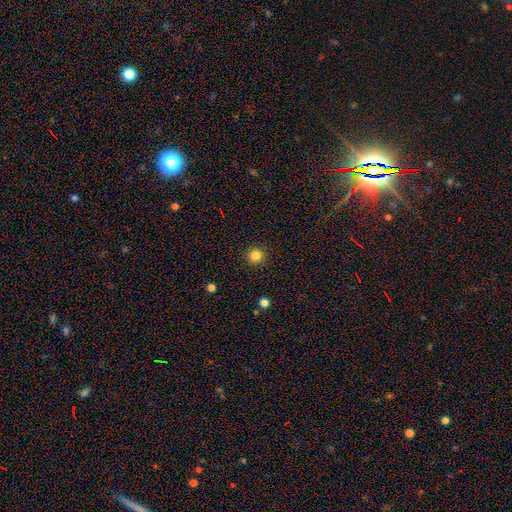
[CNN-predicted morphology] This appears to be a smooth galaxy with no disk features (83%) that is round (95%). Merging: none (92%).